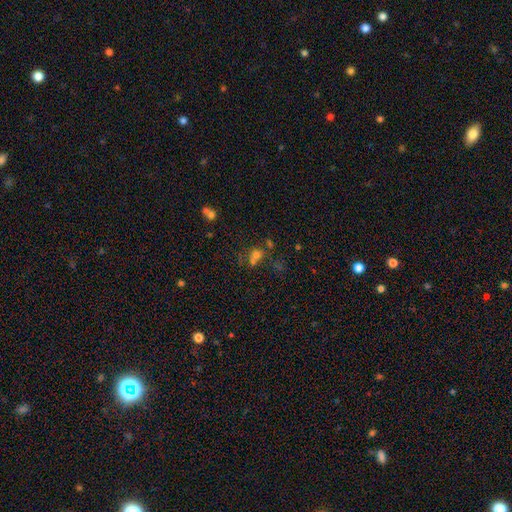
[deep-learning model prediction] Q: Smooth or featured?
A: smooth (61%); runner-up: star or artifact (24%)
Q: How rounded?
A: round (73%); runner-up: in between (25%)
Q: Merging?
A: merger (45%); runner-up: none (38%)